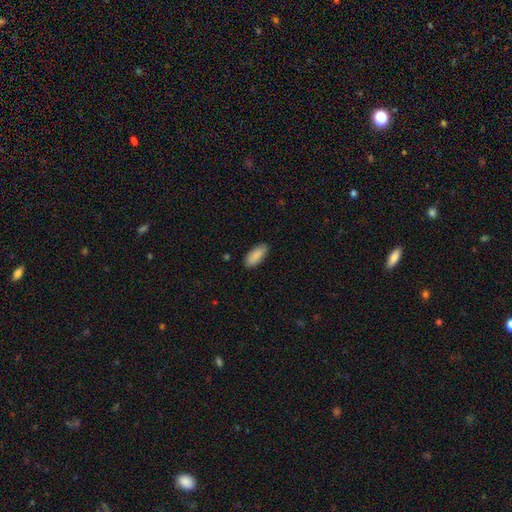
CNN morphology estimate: The model was most divided on "merging": none: 85%, minor disturbance: 11%, major disturbance: 2%, merger: 1%. More confident: smooth or featured — smooth (89%); how rounded — in between (87%).